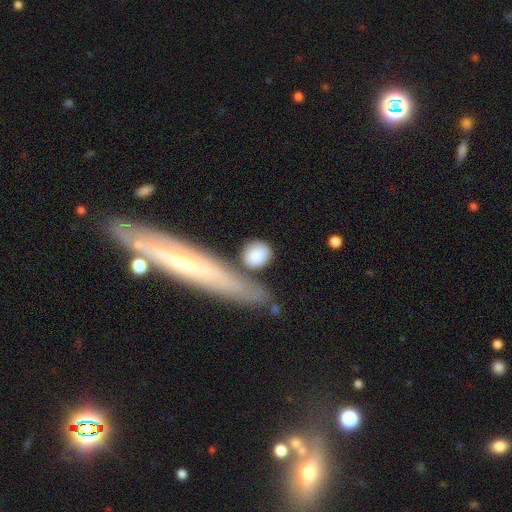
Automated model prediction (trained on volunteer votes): Smooth or featured? Predicted: smooth (p=0.84). How rounded? Predicted: round (p=0.76). Merging? Predicted: none (p=0.67).